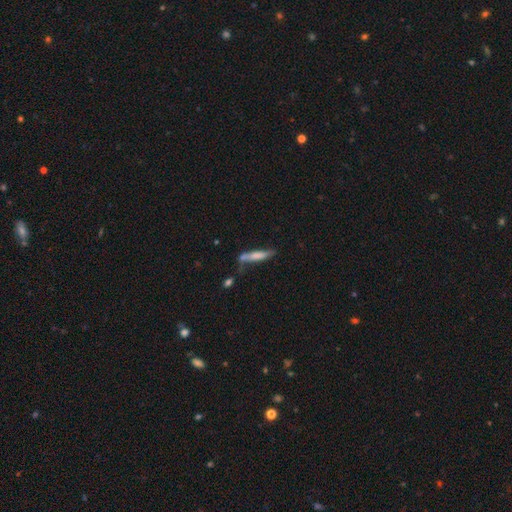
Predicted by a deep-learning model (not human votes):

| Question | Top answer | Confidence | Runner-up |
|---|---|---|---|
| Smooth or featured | smooth | 64% | featured or disk (29%) |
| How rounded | cigar-shaped | 88% | in between (11%) |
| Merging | none | 51% | minor disturbance (23%) |